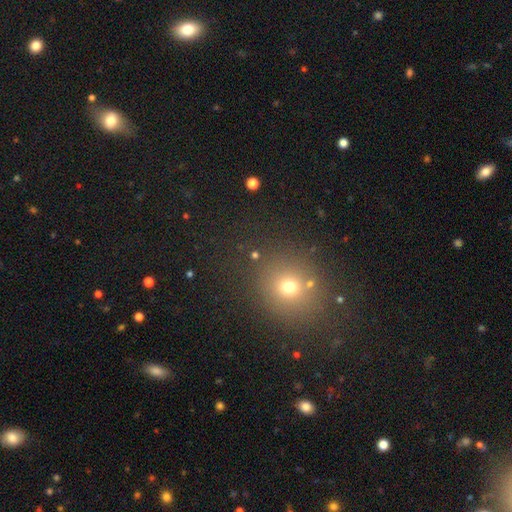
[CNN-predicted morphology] smooth 60%, star or artifact 31%, featured or disk 9%. Down the decision tree: how rounded — round (79%); merging — none (80%).